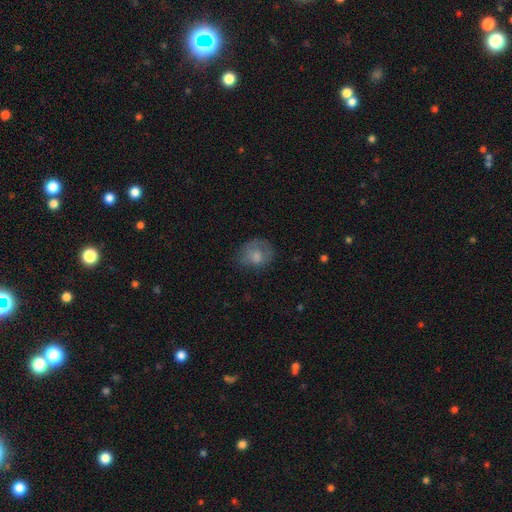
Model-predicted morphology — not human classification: smooth_or_featured: smooth (p=0.69) [alt: featured or disk p=0.23]
how_rounded: round (p=0.65) [alt: in between p=0.34]
merging: none (p=0.51) [alt: minor disturbance p=0.28]